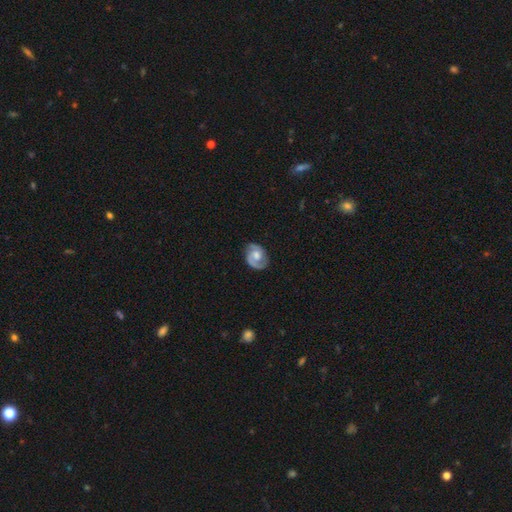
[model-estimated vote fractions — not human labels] This is likely a featured or disk galaxy (76%). It is clearly not viewed edge-on (97%). Bar: likely no (62%). Spiral arm pattern: clearly yes (92%). Spiral arm count: clearly 2 (80%). Spiral winding: marginally medium (45%). Central bulge: likely moderate (61%). Merging: likely none (74%).